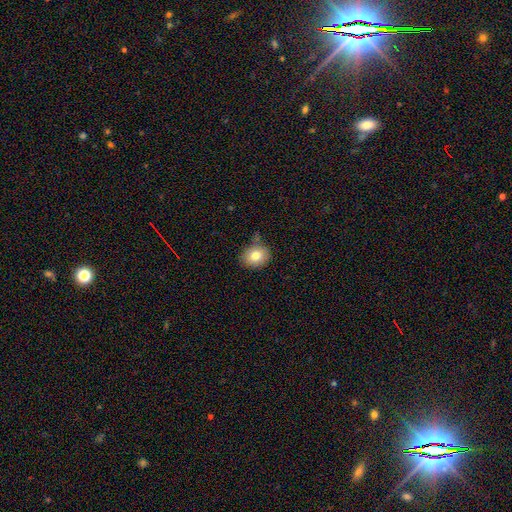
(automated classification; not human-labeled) This appears to be a smooth galaxy with no disk features (79%) that is round (59%). Merging: none (74%).